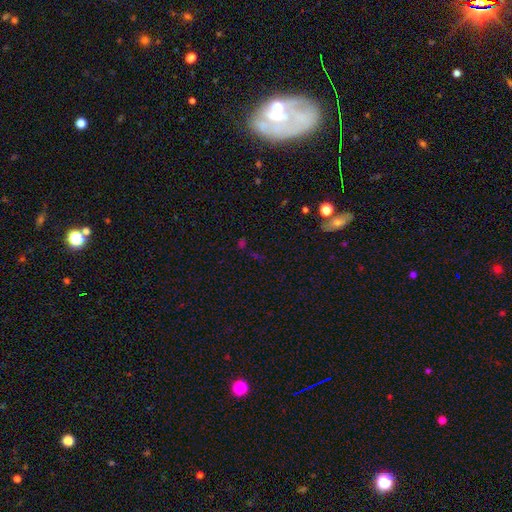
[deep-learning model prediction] This is possibly a star or artifact rather than a galaxy (59%).